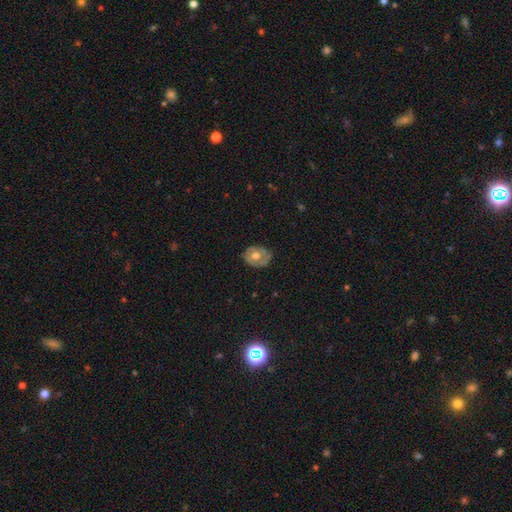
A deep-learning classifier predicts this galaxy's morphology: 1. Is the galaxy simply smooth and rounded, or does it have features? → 52% featured or disk, 41% smooth, 7% star or artifact.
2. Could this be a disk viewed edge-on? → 95% no, 5% yes.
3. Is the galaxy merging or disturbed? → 70% none, 23% minor disturbance, 6% major disturbance, 1% merger.